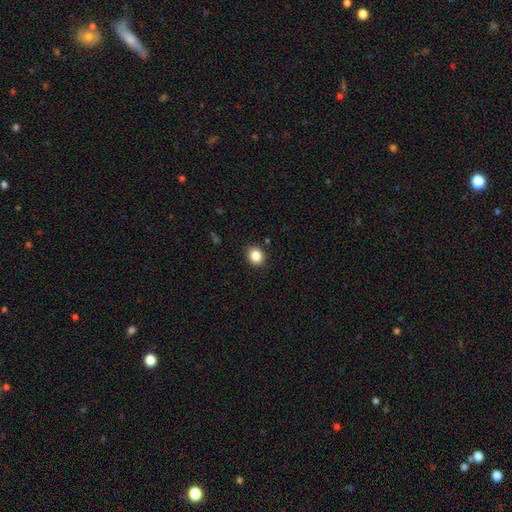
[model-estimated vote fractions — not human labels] Smooth or featured? smooth (86%)
How rounded? round (66%)
Merging? none (89%)